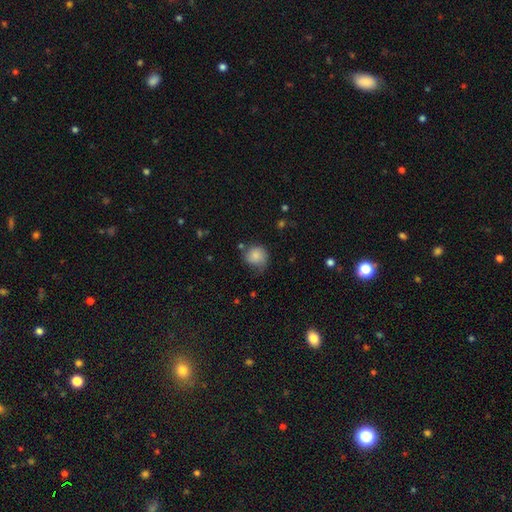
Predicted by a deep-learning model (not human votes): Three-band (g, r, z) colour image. It shows a smooth galaxy with no disk features (77%) that is round (81%). Merging: none (50%).